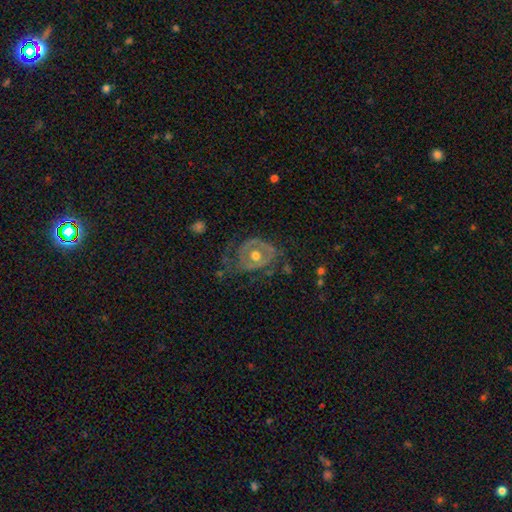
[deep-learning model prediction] Smooth or featured: featured or disk — 73% (smooth — 20%)
Edge-on disk: no — 96% (yes — 4%)
Bar: no — 76% (weak — 18%)
Spiral arms: yes — 52% (no — 48%)
Bulge size: moderate — 77% (small — 13%)
Merging: none — 50% (minor disturbance — 25%)